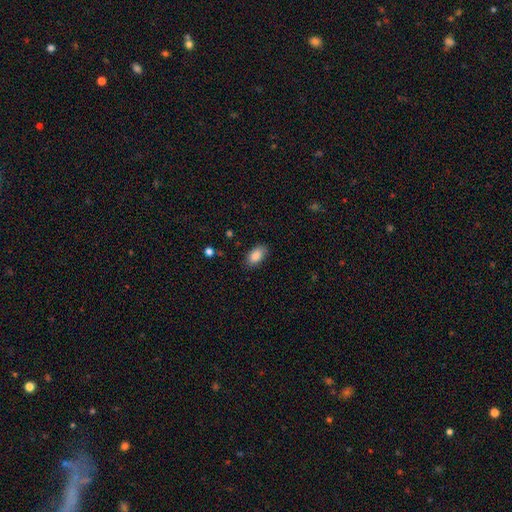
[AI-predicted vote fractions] Smooth or featured?
  - smooth: 87% *
  - star or artifact: 7%
  - featured or disk: 6%
How rounded?
  - in between: 92% *
  - round: 5%
  - cigar-shaped: 2%
Merging?
  - none: 84% *
  - minor disturbance: 12%
  - major disturbance: 3%
  - merger: 1%